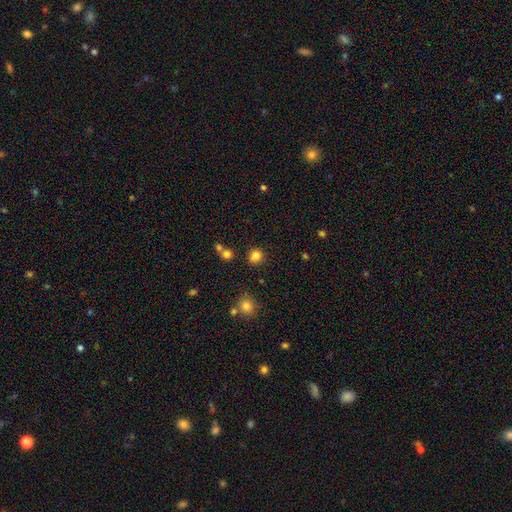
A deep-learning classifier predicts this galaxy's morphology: smooth-or-featured: smooth: 82% | star or artifact: 13% | featured or disk: 5%
  how-rounded: round: 83% | in between: 16% | cigar-shaped: 1%
  merging: none: 82% | minor disturbance: 9% | merger: 6% | major disturbance: 3%